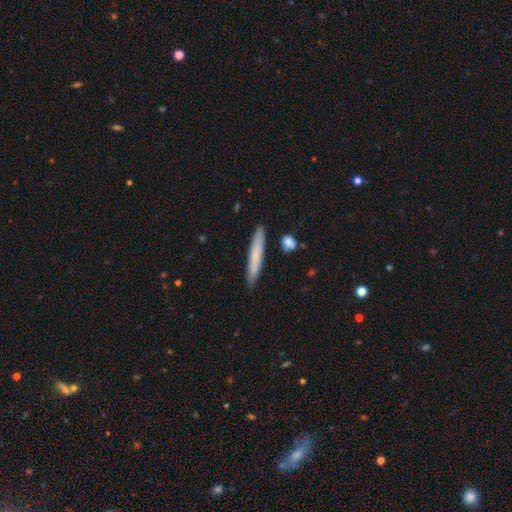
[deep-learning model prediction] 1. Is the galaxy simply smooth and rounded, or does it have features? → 69% smooth, 25% featured or disk, 6% star or artifact.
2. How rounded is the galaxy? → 95% cigar-shaped, 4% in between, 1% round.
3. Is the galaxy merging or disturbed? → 88% none, 8% minor disturbance, 3% merger, 2% major disturbance.